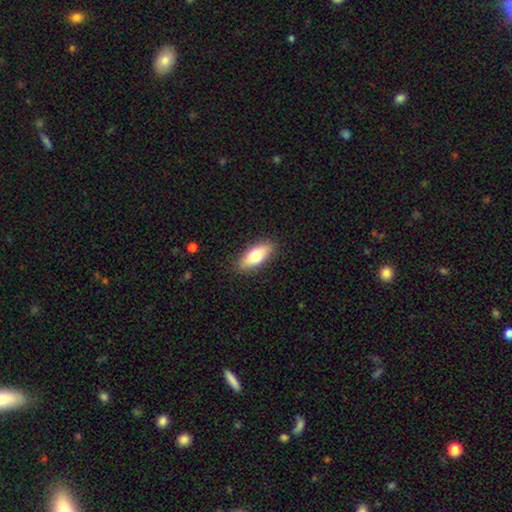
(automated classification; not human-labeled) This appears to be a smooth galaxy with no disk features (71%) that is in between round and cigar-shaped (74%). Merging: none (88%).